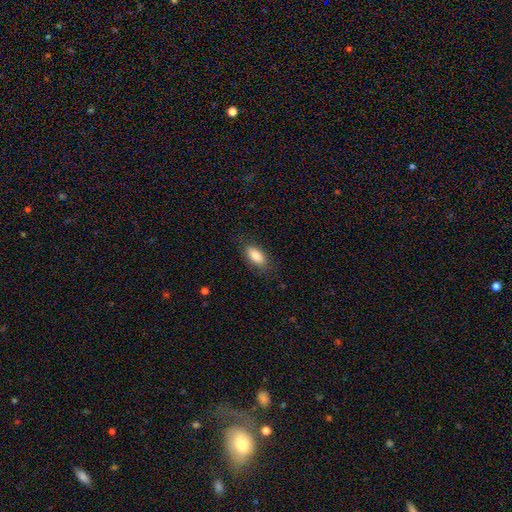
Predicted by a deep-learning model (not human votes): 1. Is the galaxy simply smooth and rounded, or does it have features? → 86% smooth, 7% featured or disk, 7% star or artifact.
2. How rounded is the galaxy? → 89% in between, 8% cigar-shaped, 3% round.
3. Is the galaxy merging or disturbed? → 80% none, 14% minor disturbance, 5% major disturbance, 1% merger.